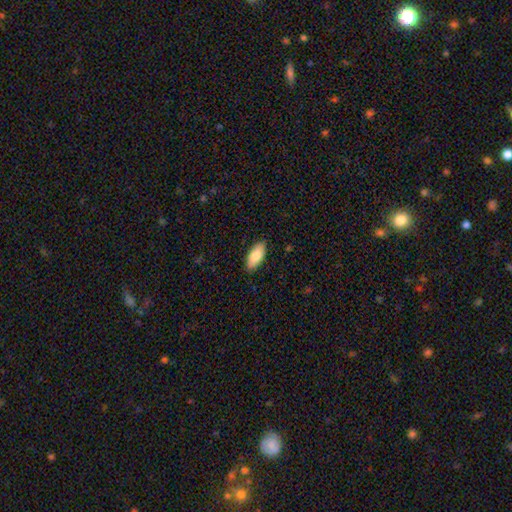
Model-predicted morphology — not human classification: This appears to be a smooth galaxy with no disk features (83%) that is in between round and cigar-shaped (89%). Merging: none (88%).